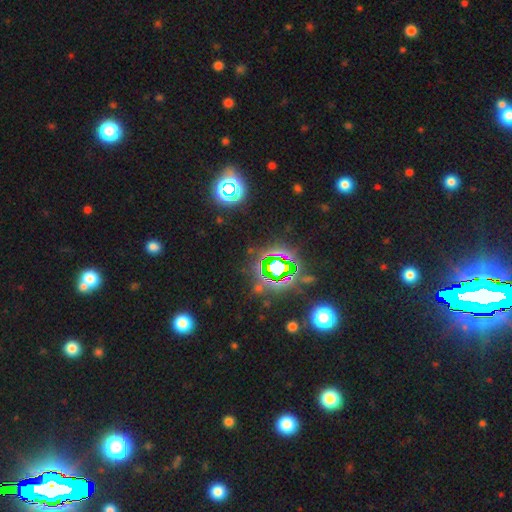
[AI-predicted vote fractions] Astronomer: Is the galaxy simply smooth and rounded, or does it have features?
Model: star or artifact — 81%.